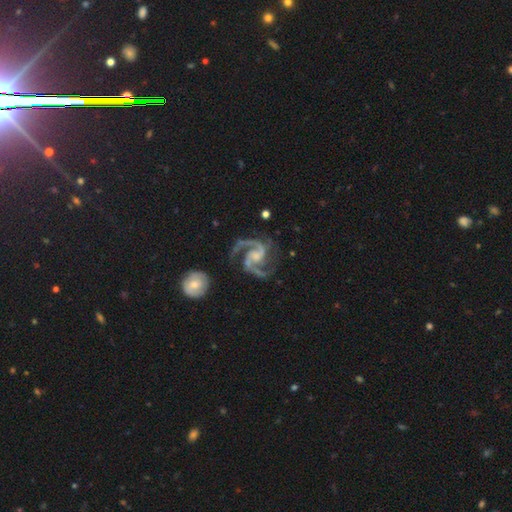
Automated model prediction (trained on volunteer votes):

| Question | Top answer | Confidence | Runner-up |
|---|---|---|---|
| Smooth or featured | featured or disk | 94% | star or artifact (4%) |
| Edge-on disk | no | 98% | yes (2%) |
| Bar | no | 46% | weak (41%) |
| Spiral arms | yes | 99% | no (1%) |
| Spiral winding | medium | 66% | loose (19%) |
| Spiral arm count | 2 | 85% | 3 (8%) |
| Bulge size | small | 33% | none (30%) |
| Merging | none | 68% | minor disturbance (17%) |